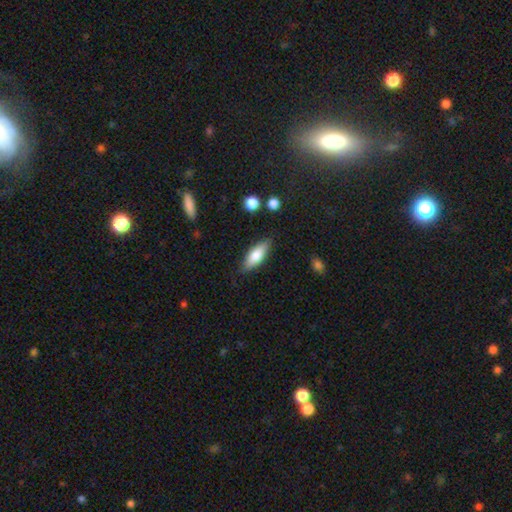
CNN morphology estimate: A smooth galaxy with no disk features (73%) that is in between round and cigar-shaped (63%).

Vote fractions:
- Smooth or featured? smooth: 73% / featured or disk: 21% / star or artifact: 6%
- How rounded? in between: 63% / cigar-shaped: 35% / round: 2%
- Merging? none: 83% / minor disturbance: 13% / major disturbance: 3% / merger: 2%